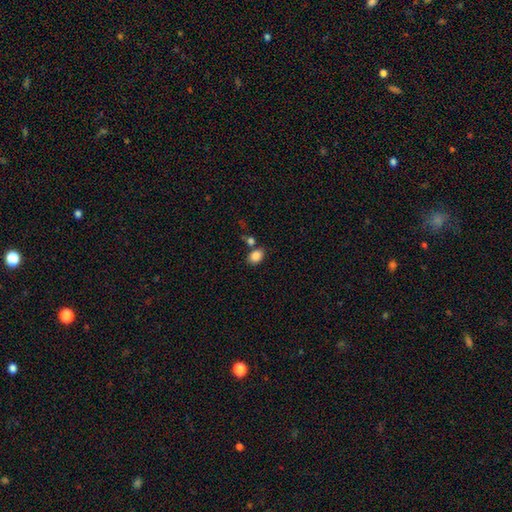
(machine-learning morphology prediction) This is clearly a smooth galaxy (86%). How rounded: likely in between (72%). Merging: likely none (68%).